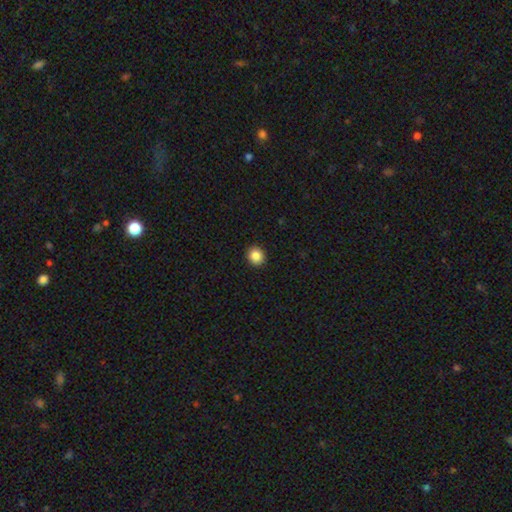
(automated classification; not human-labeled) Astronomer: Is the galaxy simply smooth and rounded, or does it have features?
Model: smooth — 86%.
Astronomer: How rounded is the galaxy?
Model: round — 82%.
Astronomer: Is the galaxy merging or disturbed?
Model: none — 93%.